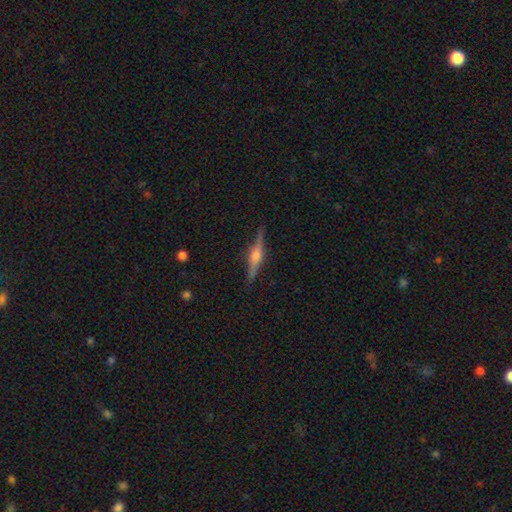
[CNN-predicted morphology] This appears to be a featured or disk galaxy (78%) viewed edge-on (98%) with a rounded central bulge (87%). Merging: none (88%).